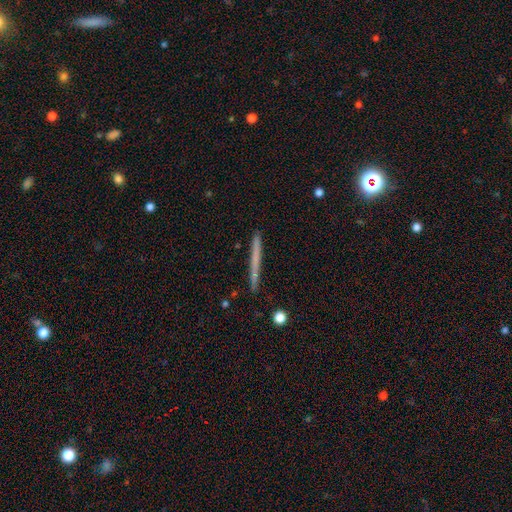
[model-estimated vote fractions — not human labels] smooth_or_featured: smooth (p=0.57) [alt: featured or disk p=0.38]
how_rounded: cigar-shaped (p=0.97) [alt: in between p=0.02]
merging: none (p=0.89) [alt: minor disturbance p=0.08]